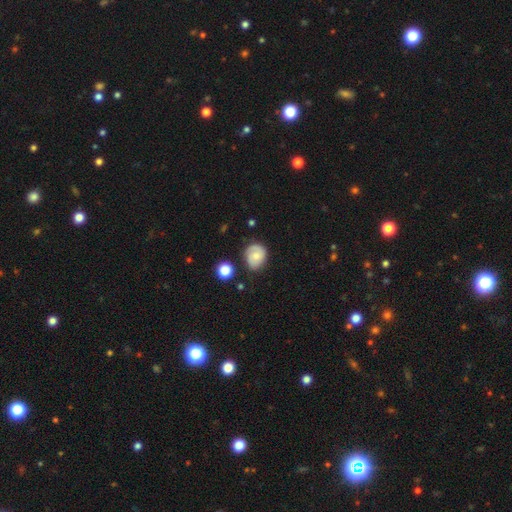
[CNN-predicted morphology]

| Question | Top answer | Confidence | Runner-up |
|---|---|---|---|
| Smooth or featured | smooth | 59% | featured or disk (32%) |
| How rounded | round | 59% | in between (40%) |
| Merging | none | 65% | minor disturbance (26%) |